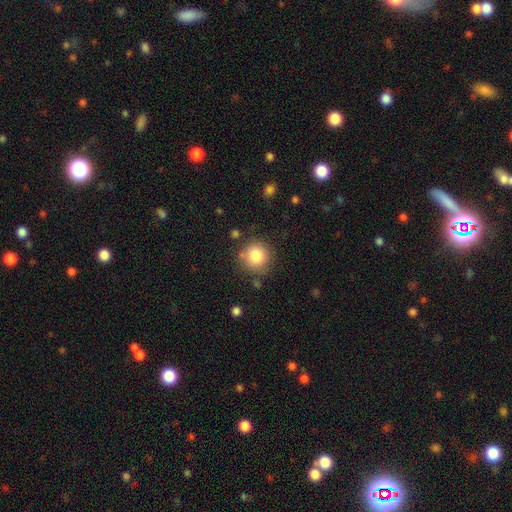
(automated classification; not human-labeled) The model was most divided on "merging": none: 81%, minor disturbance: 11%, merger: 4%, major disturbance: 4%. More confident: how rounded — round (93%); smooth or featured — smooth (83%).